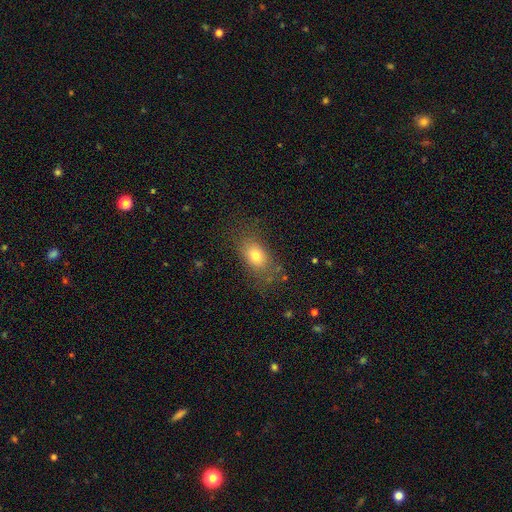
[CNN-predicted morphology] Smooth or featured? Predicted: smooth (p=0.75). How rounded? Predicted: in between (p=0.79). Merging? Predicted: none (p=0.73).